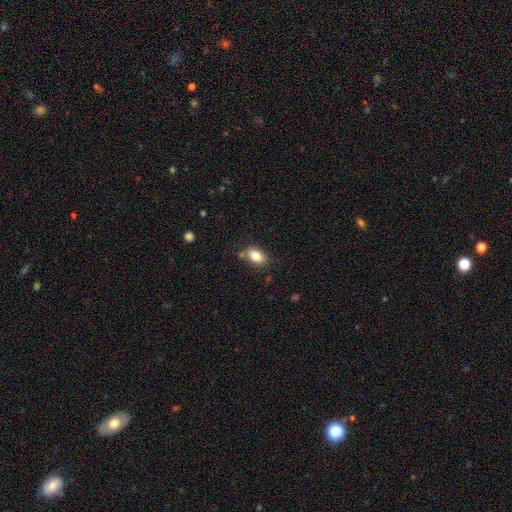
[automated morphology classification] Q: Smooth or featured?
A: smooth (82%); runner-up: featured or disk (10%)
Q: How rounded?
A: in between (84%); runner-up: round (14%)
Q: Merging?
A: none (77%); runner-up: minor disturbance (14%)